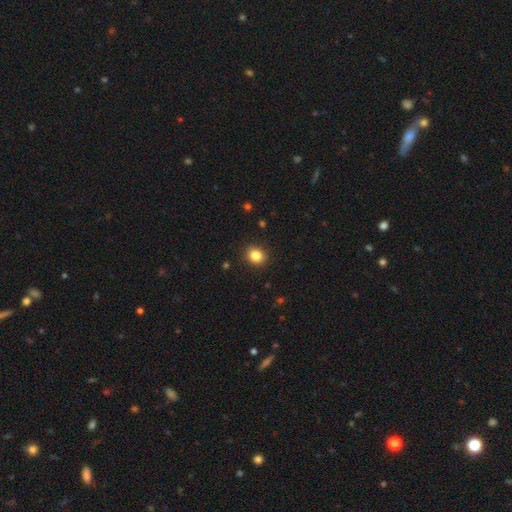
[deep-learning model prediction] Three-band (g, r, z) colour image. It shows a smooth galaxy with no disk features (84%) that is round (73%). Merging: none (90%).